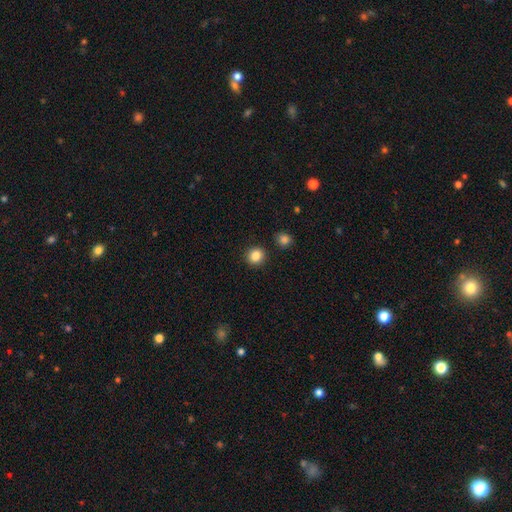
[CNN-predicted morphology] This appears to be a smooth galaxy with no disk features (85%) that is round (92%). Merging: none (91%).